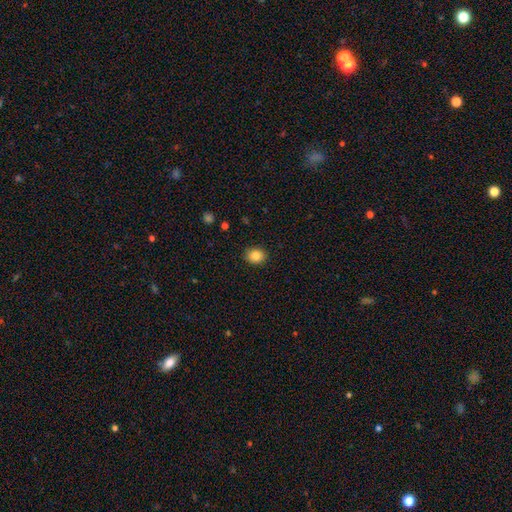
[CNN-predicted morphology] Smooth or featured: smooth — 86% (star or artifact — 9%)
How rounded: round — 53% (in between — 47%)
Merging: none — 89% (minor disturbance — 8%)